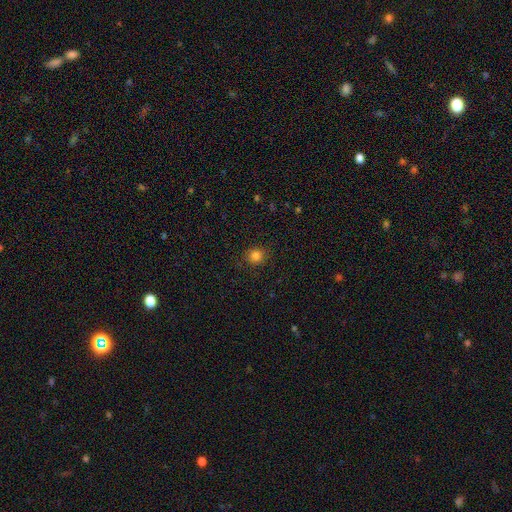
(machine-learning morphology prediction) Q: Smooth or featured?
A: smooth (82%); runner-up: star or artifact (13%)
Q: How rounded?
A: round (87%); runner-up: in between (13%)
Q: Merging?
A: none (89%); runner-up: minor disturbance (8%)